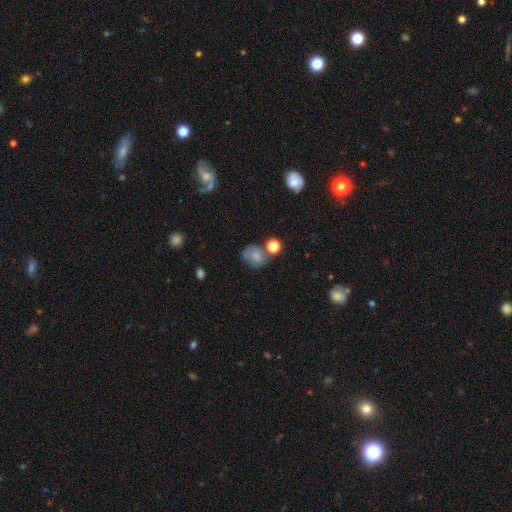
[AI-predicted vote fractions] Smooth or featured? Predicted: smooth (p=0.74). How rounded? Predicted: round (p=0.67). Merging? Predicted: none (p=0.49).